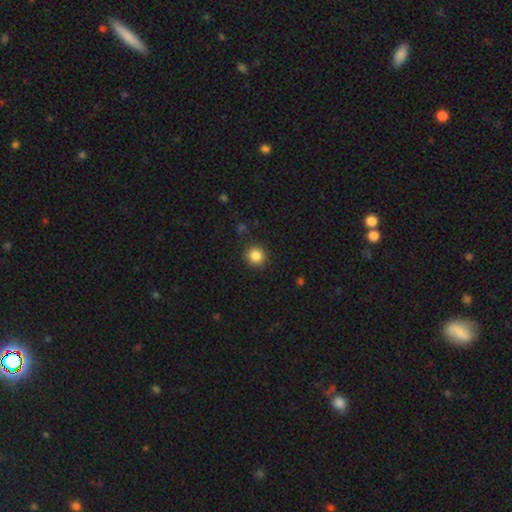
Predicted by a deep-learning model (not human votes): A smooth galaxy with no disk features (85%) that is round (92%).

Vote fractions:
- Smooth or featured? smooth: 85% / star or artifact: 11% / featured or disk: 4%
- How rounded? round: 92% / in between: 7% / cigar-shaped: 1%
- Merging? none: 89% / minor disturbance: 7% / major disturbance: 2% / merger: 1%